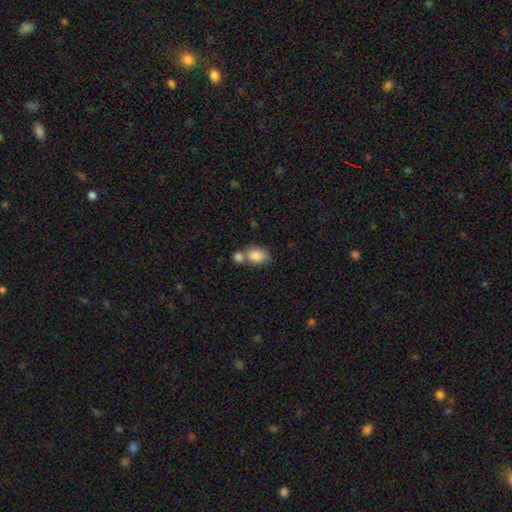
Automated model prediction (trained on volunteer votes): Overall: smooth (84%). How rounded: in between (81%). Merging: merger (44%; none 38%).